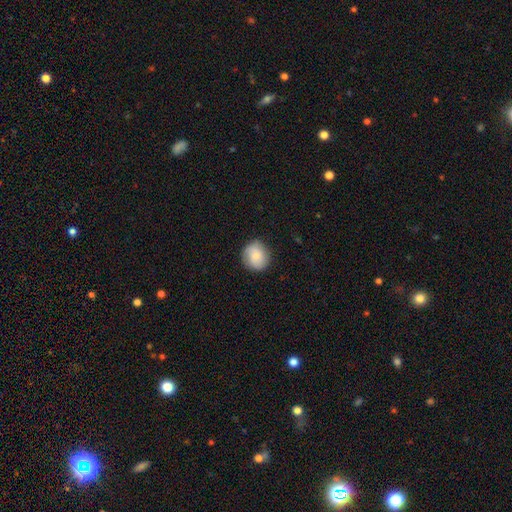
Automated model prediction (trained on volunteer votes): smooth 80%, featured or disk 12%, star or artifact 7%. Down the decision tree: how rounded — round (83%); merging — none (85%).